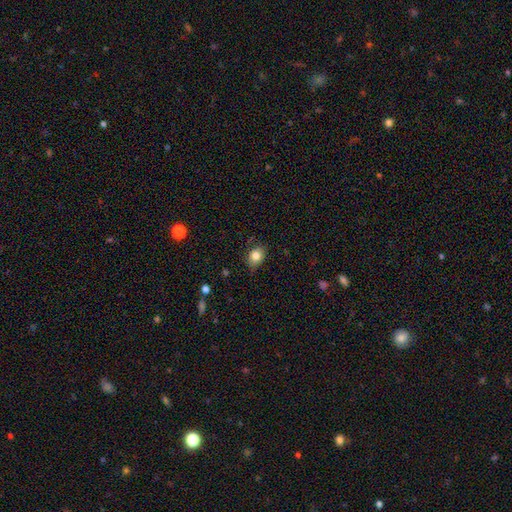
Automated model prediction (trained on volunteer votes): This appears to be a smooth galaxy with no disk features (82%) that is in between round and cigar-shaped (50%). Merging: none (72%).